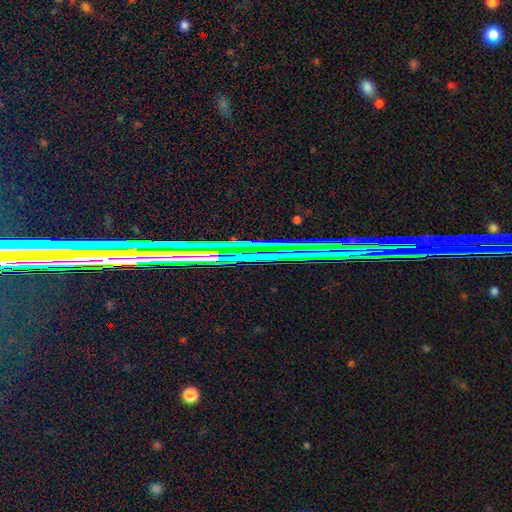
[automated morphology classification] type=star or artifact (64%).